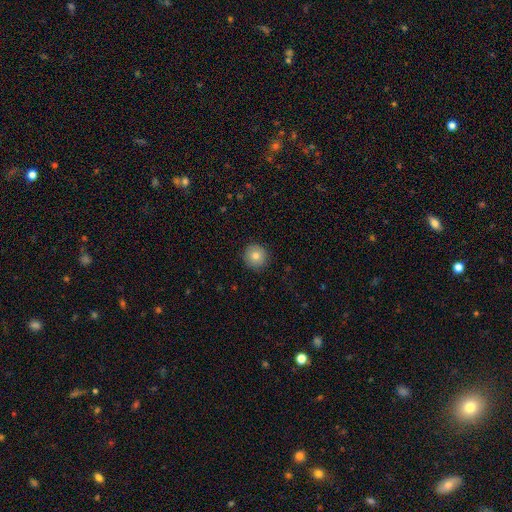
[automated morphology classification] The model was most divided on "smooth or featured": smooth: 81%, featured or disk: 10%, star or artifact: 9%. More confident: how rounded — round (95%); merging — none (90%).